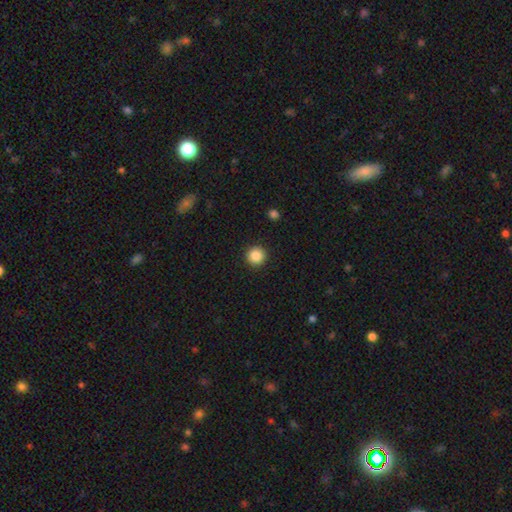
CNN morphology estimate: smooth_or_featured: smooth (p=0.87) [alt: star or artifact p=0.09]
how_rounded: round (p=0.96) [alt: in between p=0.03]
merging: none (p=0.93) [alt: minor disturbance p=0.05]